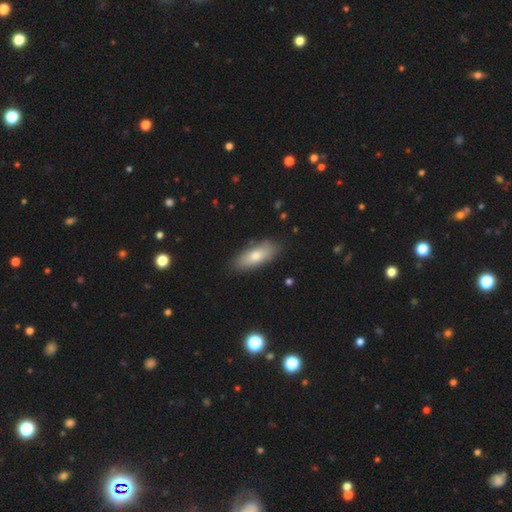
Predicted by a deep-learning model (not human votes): Morphology: type=smooth (73%); roundness=in between (72%); merging=none (84%).